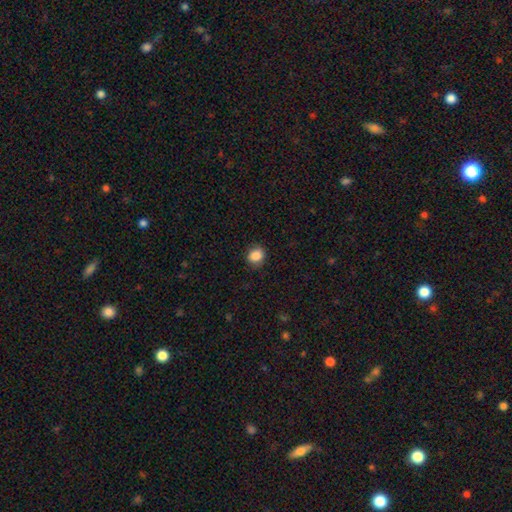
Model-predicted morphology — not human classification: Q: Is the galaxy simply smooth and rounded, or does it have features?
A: smooth — 86%.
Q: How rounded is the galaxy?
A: round — 71%.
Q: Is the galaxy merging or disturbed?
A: none — 86%.